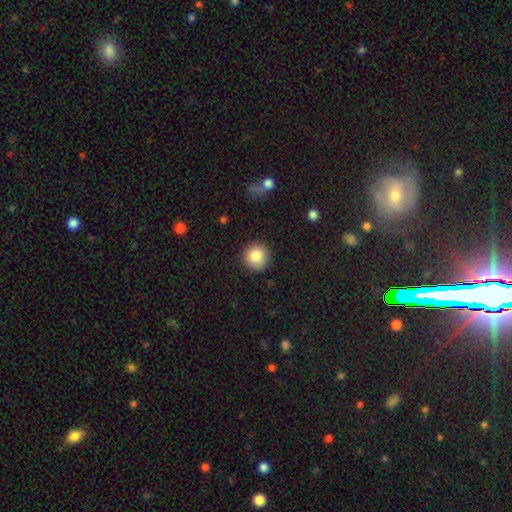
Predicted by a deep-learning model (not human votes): A smooth galaxy with no disk features (84%) that is round (92%).

Vote fractions:
- Smooth or featured? smooth: 84% / star or artifact: 9% / featured or disk: 7%
- How rounded? round: 92% / in between: 7% / cigar-shaped: 1%
- Merging? none: 88% / minor disturbance: 8% / major disturbance: 2% / merger: 1%